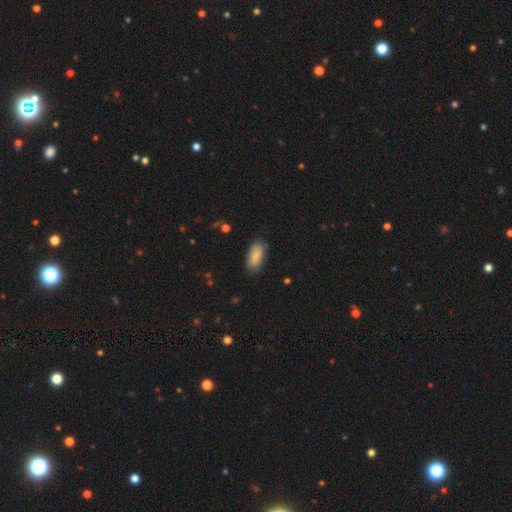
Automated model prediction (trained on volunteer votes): Smooth or featured? smooth (85%)
How rounded? in between (91%)
Merging? none (80%)